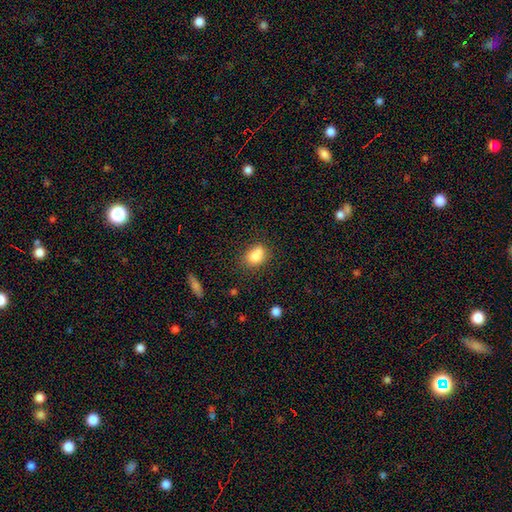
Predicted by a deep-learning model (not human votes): Smooth or featured? Predicted: smooth (p=0.82). How rounded? Predicted: in between (p=0.69). Merging? Predicted: none (p=0.62).